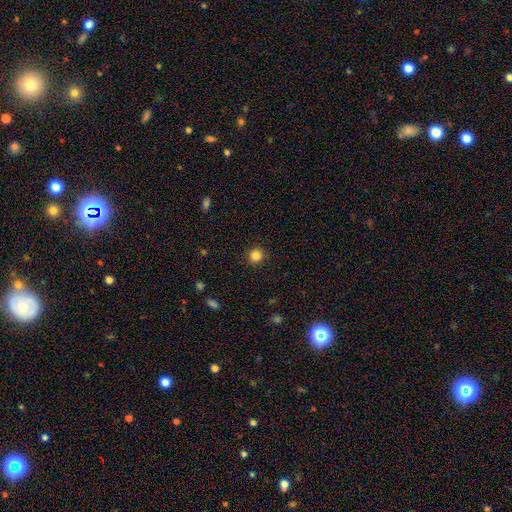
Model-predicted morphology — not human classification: A smooth galaxy with no disk features (85%) that is round (93%).

Vote fractions:
- Smooth or featured? smooth: 85% / star or artifact: 12% / featured or disk: 4%
- How rounded? round: 93% / in between: 6% / cigar-shaped: 1%
- Merging? none: 91% / minor disturbance: 6% / major disturbance: 2% / merger: 1%